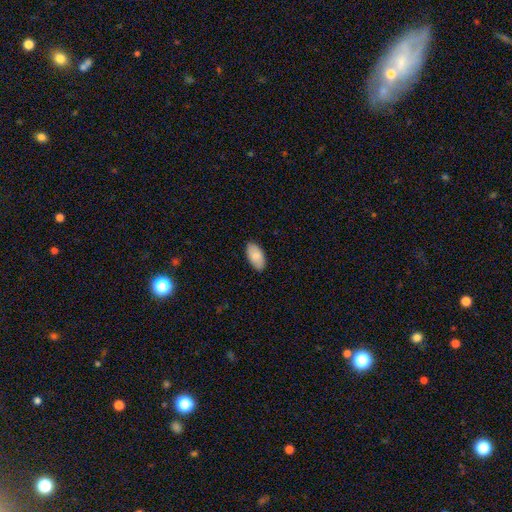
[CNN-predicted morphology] Overall: smooth (85%). How rounded: in between (96%). Merging: none (88%).